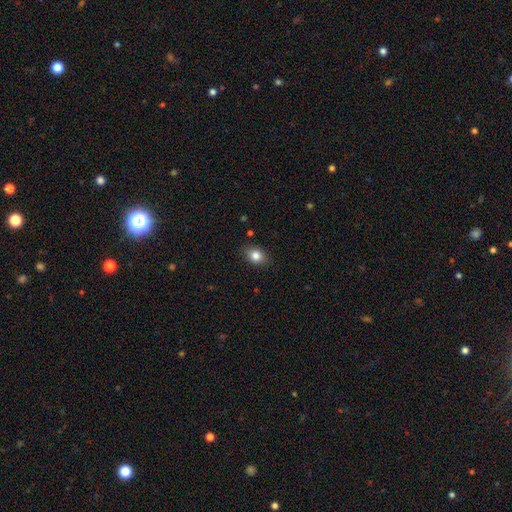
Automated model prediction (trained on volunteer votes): A smooth galaxy with no disk features (83%) that is in between round and cigar-shaped (62%).

Vote fractions:
- Smooth or featured? smooth: 83% / star or artifact: 10% / featured or disk: 7%
- How rounded? in between: 62% / round: 37% / cigar-shaped: 1%
- Merging? none: 85% / minor disturbance: 12% / major disturbance: 2% / merger: 1%